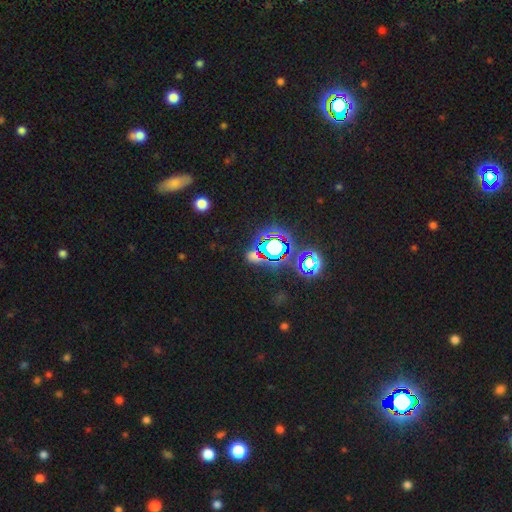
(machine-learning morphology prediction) Smooth or featured?
  - star or artifact: 66% *
  - smooth: 23%
  - featured or disk: 11%